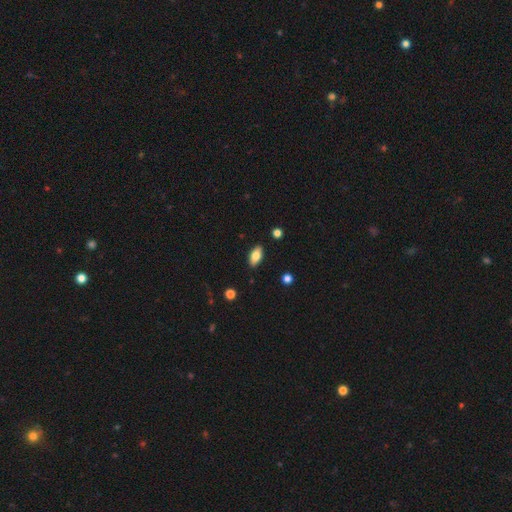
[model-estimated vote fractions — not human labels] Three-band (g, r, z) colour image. It shows a smooth galaxy with no disk features (77%) that is in between round and cigar-shaped (88%). Merging: none (88%).